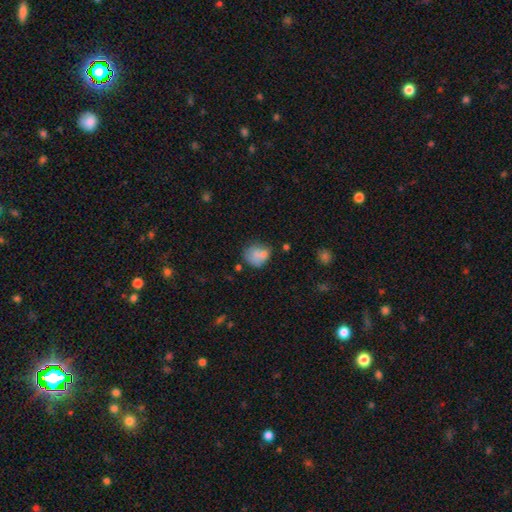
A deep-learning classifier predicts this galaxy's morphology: smooth 73%, featured or disk 17%, star or artifact 10%. Down the decision tree: how rounded — round (64%); merging — none (49%).